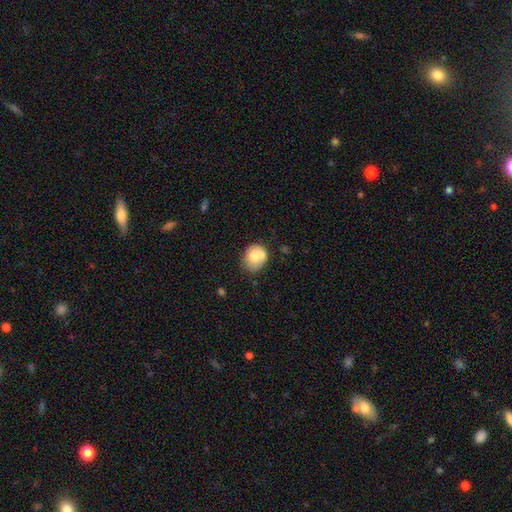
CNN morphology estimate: Overall: smooth (71%). How rounded: round (59%; in between 40%). Merging: none (45%; merger 31%).